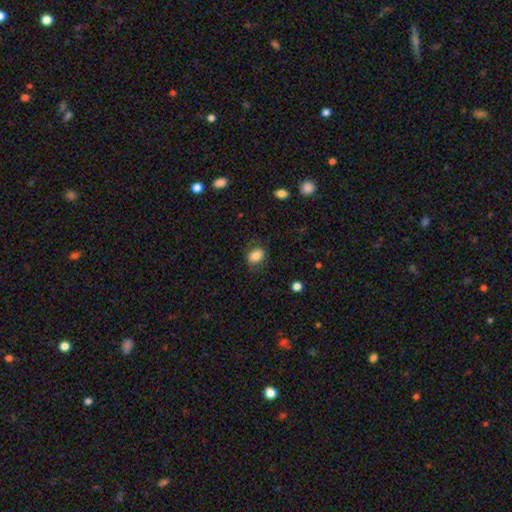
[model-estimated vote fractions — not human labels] The model was most divided on "how rounded": in between: 72%, round: 27%, cigar-shaped: 1%. More confident: smooth or featured — smooth (80%); merging — none (72%).